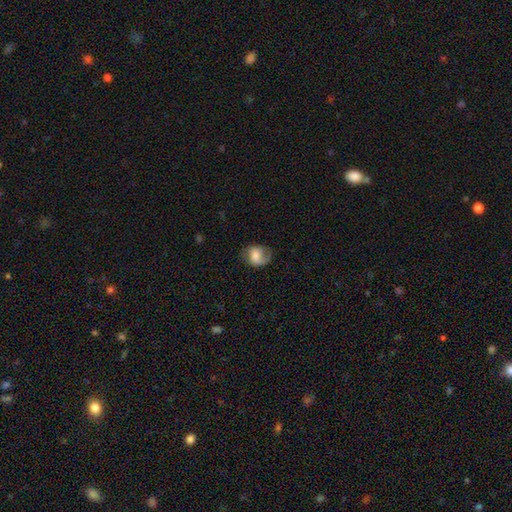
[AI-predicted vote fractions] Smooth or featured? Predicted: smooth (p=0.56). How rounded? Predicted: in between (p=0.54). Merging? Predicted: none (p=0.60).